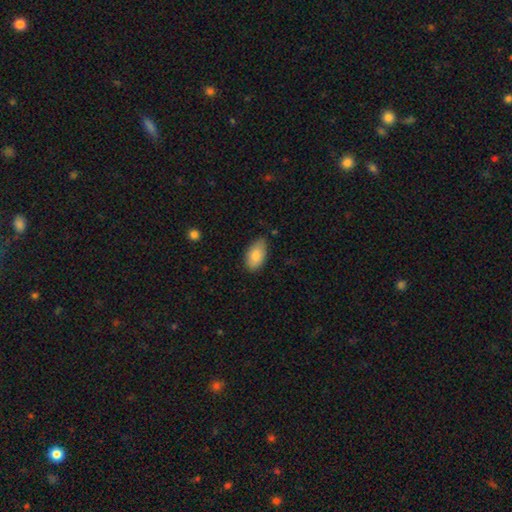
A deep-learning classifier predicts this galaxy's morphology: Q: Smooth or featured?
A: smooth (84%); runner-up: featured or disk (10%)
Q: How rounded?
A: in between (94%); runner-up: round (4%)
Q: Merging?
A: none (77%); runner-up: minor disturbance (19%)